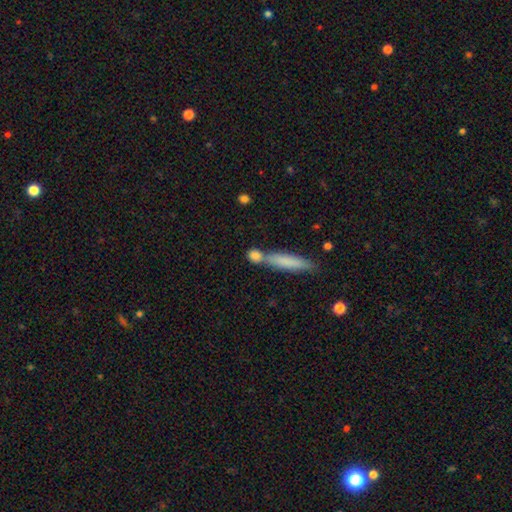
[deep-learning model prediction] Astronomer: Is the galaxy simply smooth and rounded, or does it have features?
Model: smooth — 80%.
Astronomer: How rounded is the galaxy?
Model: round — 48% (runner-up: cigar-shaped, 28%).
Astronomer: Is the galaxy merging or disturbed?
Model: none — 56% (runner-up: merger, 31%).